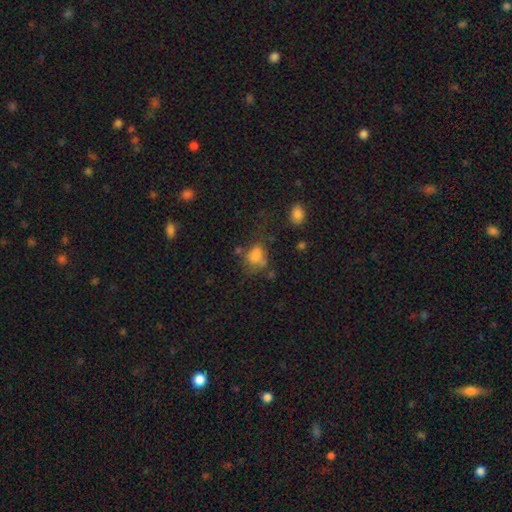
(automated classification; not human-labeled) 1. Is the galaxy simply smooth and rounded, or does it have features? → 73% smooth, 14% star or artifact, 14% featured or disk.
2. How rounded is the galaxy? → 58% in between, 40% round, 1% cigar-shaped.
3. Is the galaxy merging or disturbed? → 41% none, 25% minor disturbance, 21% major disturbance, 13% merger.